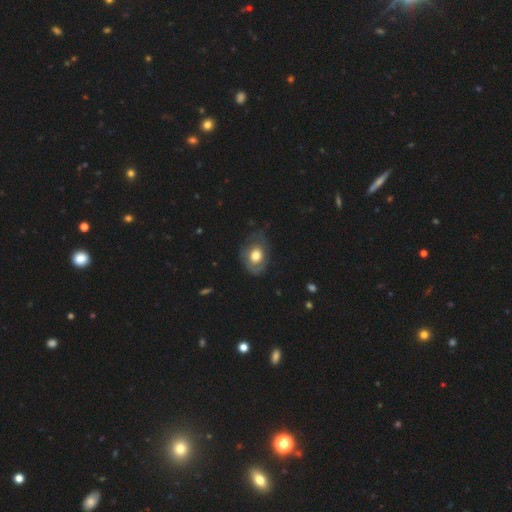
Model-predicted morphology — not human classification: The model was most divided on "smooth or featured": smooth: 52%, featured or disk: 41%, star or artifact: 7%. More confident: how rounded — in between (63%); merging — none (54%).